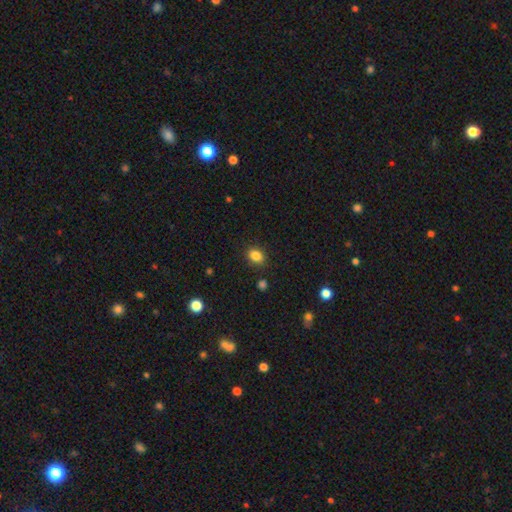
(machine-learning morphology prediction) Overall: smooth (85%). How rounded: in between (64%; round 35%). Merging: none (86%).